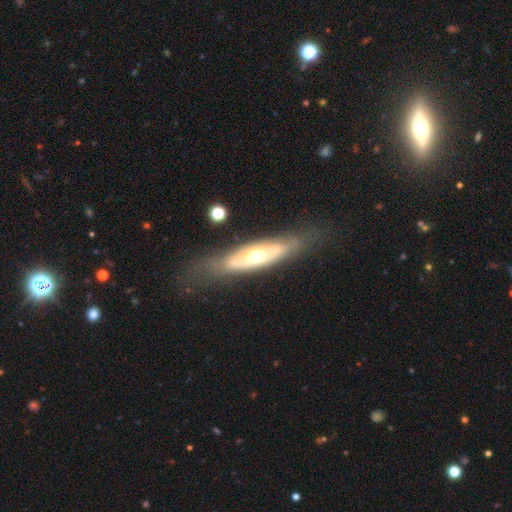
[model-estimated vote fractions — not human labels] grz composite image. It shows a featured or disk galaxy (59%). Merging: none (66%).